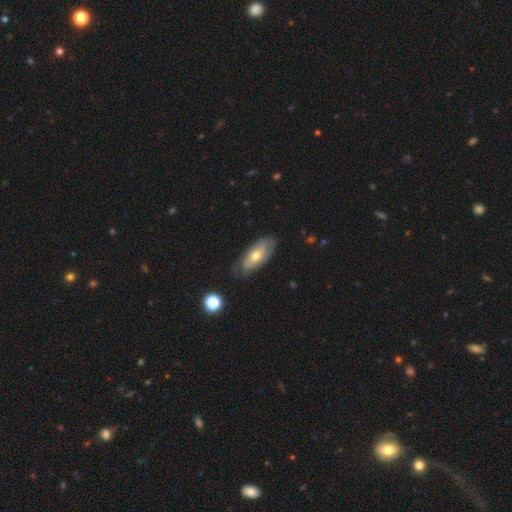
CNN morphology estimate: This is possibly a smooth galaxy (56%). How rounded: clearly in between (83%). Merging: likely none (73%).